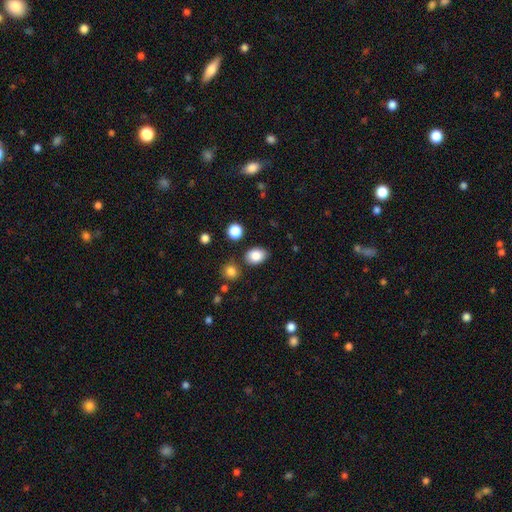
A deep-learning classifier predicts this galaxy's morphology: This is clearly a smooth galaxy (86%). How rounded: likely in between (73%). Merging: likely none (80%).